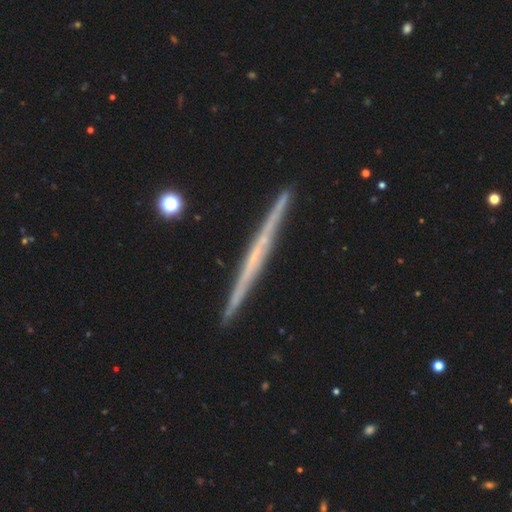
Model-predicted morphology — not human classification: Overall: featured or disk (73%). Edge-on disk: yes (98%). Edge-on bulge: none (82%). Merging: none (92%).